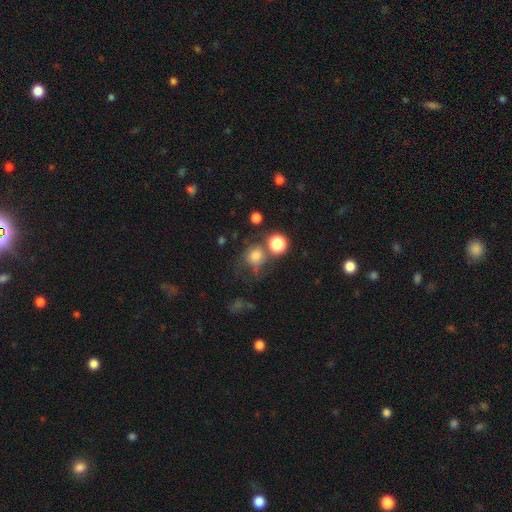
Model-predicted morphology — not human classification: Overall: smooth (72%). How rounded: round (84%). Merging: none (52%; merger 20%).